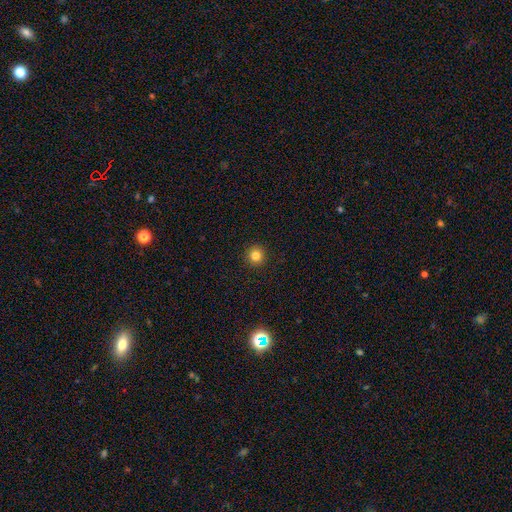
Smooth or featured?
  - smooth: 90% *
  - featured or disk: 5%
  - star or artifact: 5%
How rounded?
  - round: 97% *
  - in between: 3%
  - cigar-shaped: 0%
Merging?
  - none: 95% *
  - minor disturbance: 3%
  - major disturbance: 3%
  - merger: 0%